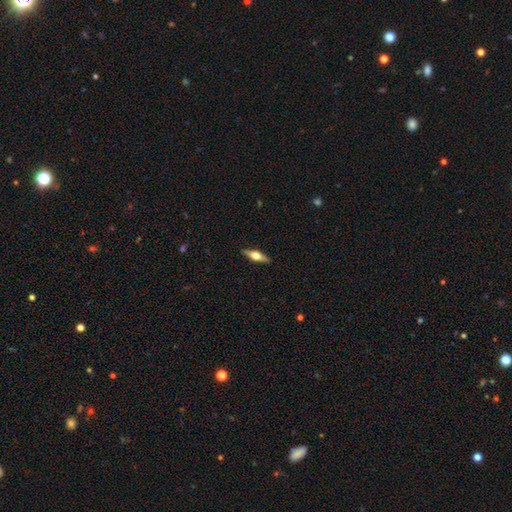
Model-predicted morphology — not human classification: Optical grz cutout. It shows a featured or disk galaxy (64%) viewed edge-on (96%) with a rounded central bulge (95%). Merging: none (90%).